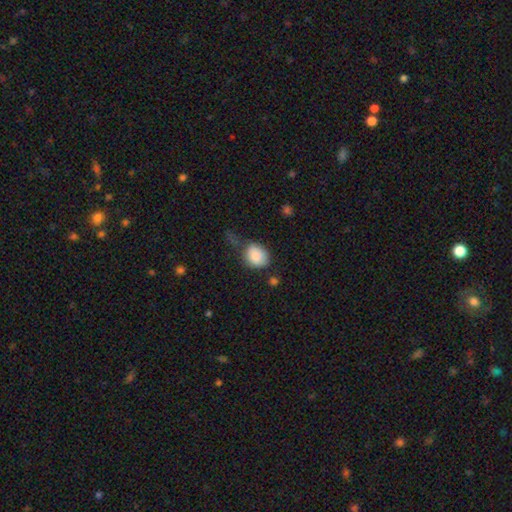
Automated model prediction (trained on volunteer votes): A smooth galaxy with no disk features (86%) that is round (54%).

Vote fractions:
- Smooth or featured? smooth: 86% / star or artifact: 8% / featured or disk: 6%
- How rounded? round: 54% / in between: 45% / cigar-shaped: 1%
- Merging? none: 47% / minor disturbance: 31% / major disturbance: 15% / merger: 8%